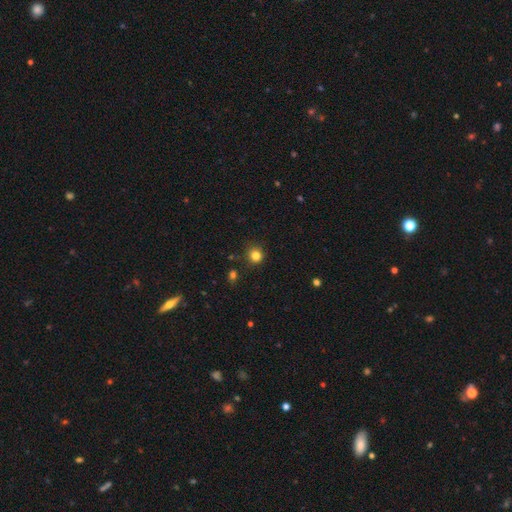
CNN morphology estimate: smooth_or_featured: smooth (p=0.82) [alt: star or artifact p=0.13]
how_rounded: round (p=0.92) [alt: in between p=0.07]
merging: none (p=0.87) [alt: minor disturbance p=0.09]